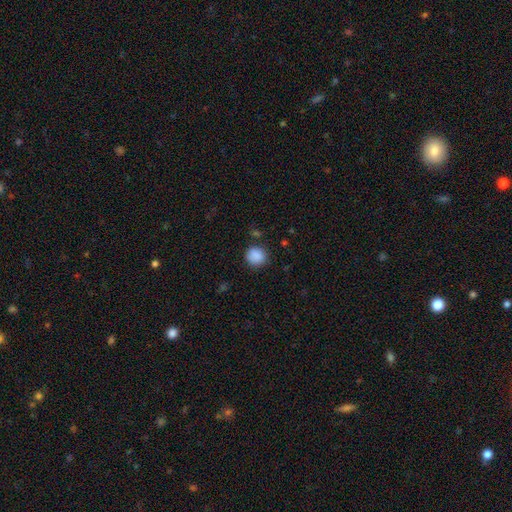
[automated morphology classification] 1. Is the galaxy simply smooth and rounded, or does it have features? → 88% smooth, 9% star or artifact, 3% featured or disk.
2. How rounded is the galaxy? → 84% round, 15% in between, 1% cigar-shaped.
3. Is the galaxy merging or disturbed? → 81% none, 13% minor disturbance, 4% major disturbance, 2% merger.